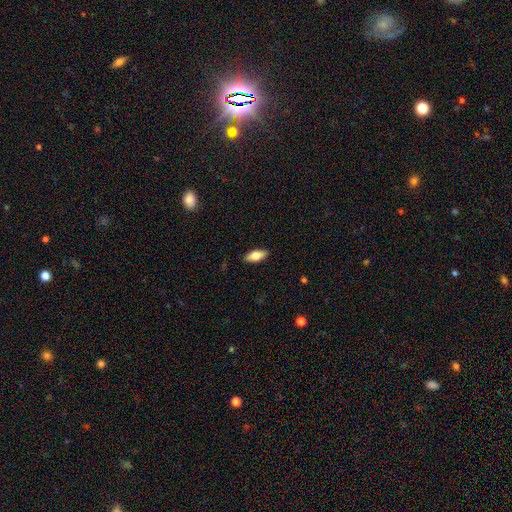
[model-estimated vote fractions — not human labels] Morphology: type=smooth (73%); roundness=in between (83%); merging=none (89%).